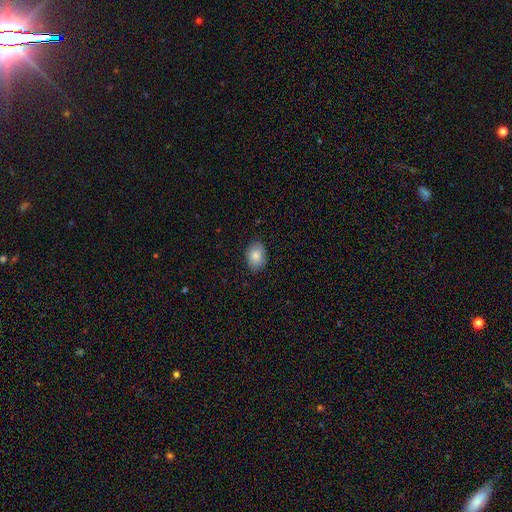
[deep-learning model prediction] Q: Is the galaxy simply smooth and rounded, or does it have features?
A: smooth — 85%.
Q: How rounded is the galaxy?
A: in between — 79%.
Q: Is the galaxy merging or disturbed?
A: none — 86%.